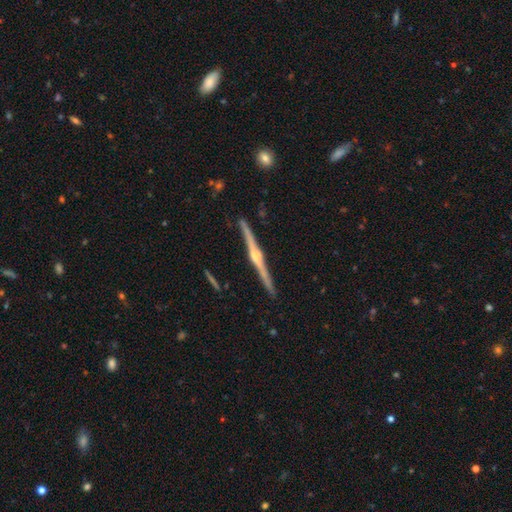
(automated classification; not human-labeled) Smooth or featured? featured or disk (88%)
Edge-on disk? yes (99%)
Edge-on bulge? rounded (90%)
Merging? none (92%)